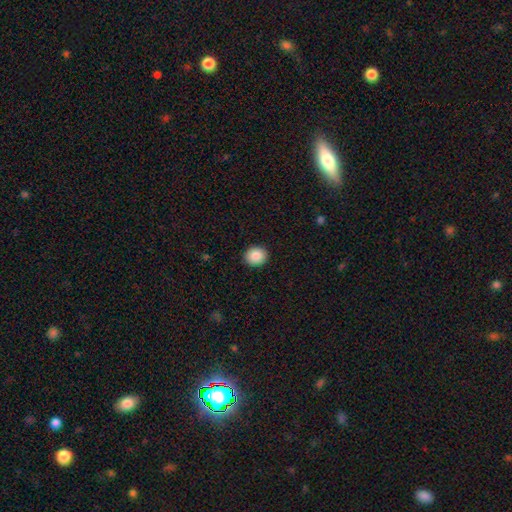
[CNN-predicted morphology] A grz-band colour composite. It shows a smooth galaxy with no disk features (87%) that is round (74%). Merging: none (91%).